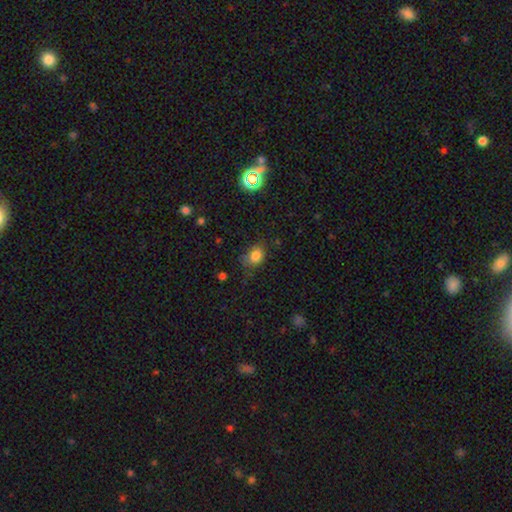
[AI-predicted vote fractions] Smooth or featured? Predicted: smooth (p=0.80). How rounded? Predicted: in between (p=0.57). Merging? Predicted: none (p=0.62).